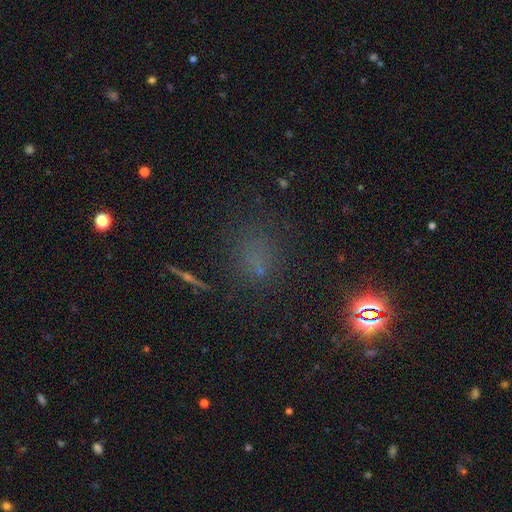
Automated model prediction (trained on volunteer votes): Morphology: type=smooth (46%); merging=none (68%).